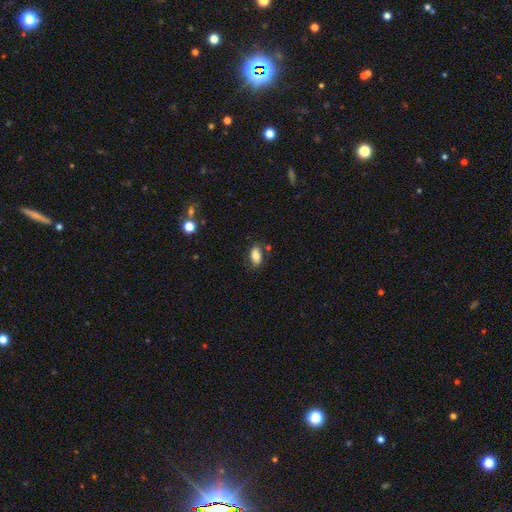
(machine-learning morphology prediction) This appears to be a smooth galaxy with no disk features (74%) that is in between round and cigar-shaped (91%). Merging: none (68%).